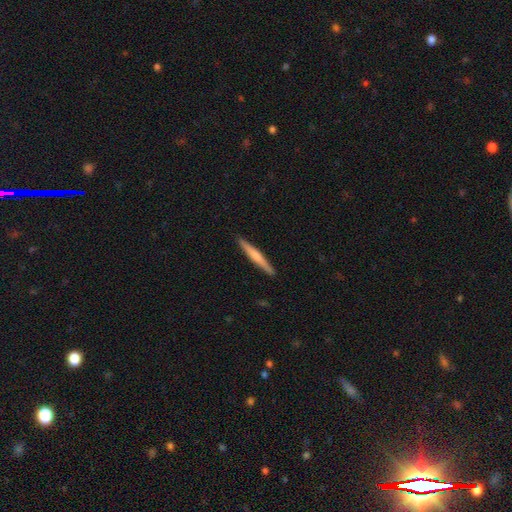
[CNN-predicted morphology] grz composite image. It shows a smooth galaxy with no disk features (52%) that is cigar-shaped (96%). Merging: none (91%).